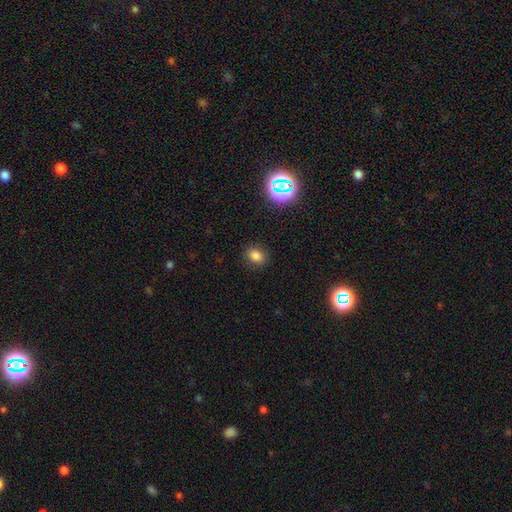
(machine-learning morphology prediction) Smooth or featured? smooth (77%)
How rounded? in between (54%)
Merging? none (88%)